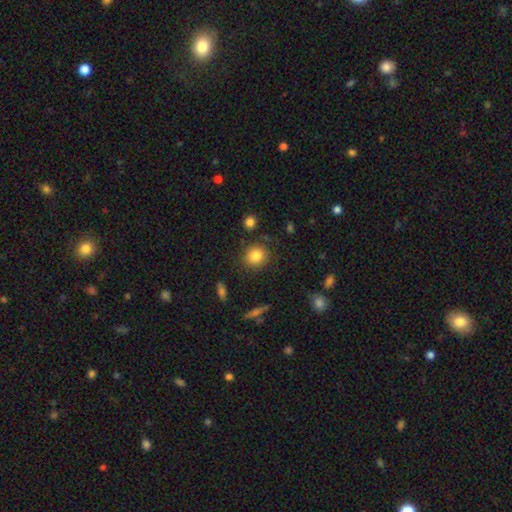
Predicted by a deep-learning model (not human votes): smooth 83%, star or artifact 10%, featured or disk 7%. Down the decision tree: how rounded — round (84%); merging — none (85%).